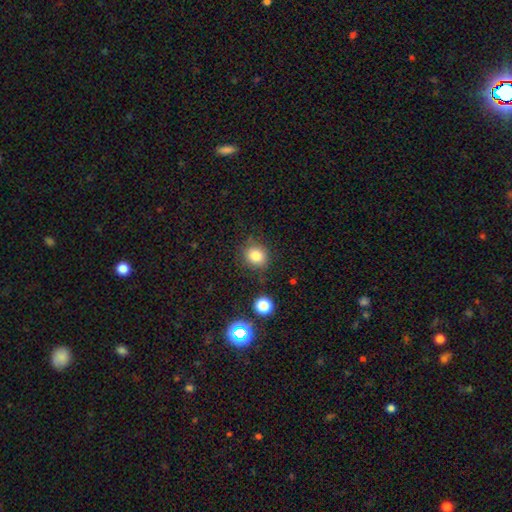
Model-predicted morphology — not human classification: A smooth galaxy with no disk features (81%) that is round (75%). Merging: none (80%).